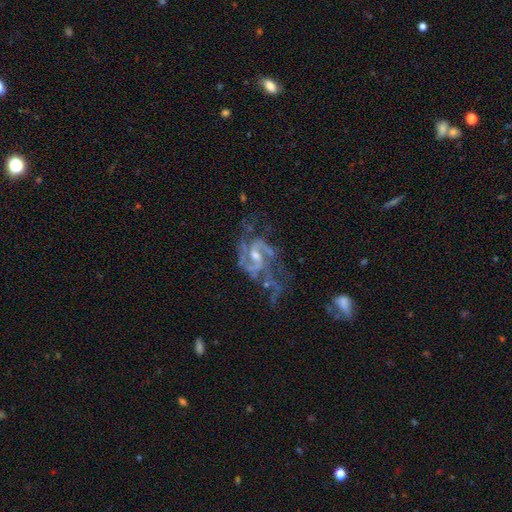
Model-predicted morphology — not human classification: type=featured or disk (87%); edge-on=no (97%); bar=weak (49%); spiral arms=yes (93%); winding=medium (50%); arm count=2 (68%); bulge=moderate (51%); merging=none (43%).